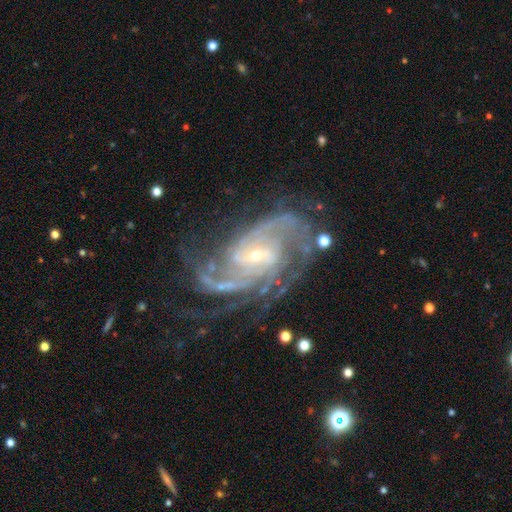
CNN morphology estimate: type=featured or disk (92%); edge-on=no (97%); bar=weak (41%); spiral arms=yes (98%); winding=medium (46%); arm count=2 (32%); bulge=small (75%); merging=none (63%).